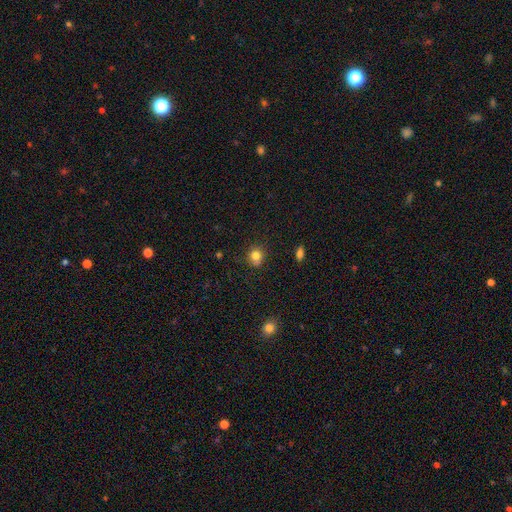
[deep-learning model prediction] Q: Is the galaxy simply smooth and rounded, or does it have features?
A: smooth — 80%.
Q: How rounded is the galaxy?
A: round — 79%.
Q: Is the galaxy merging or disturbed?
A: none — 73%.